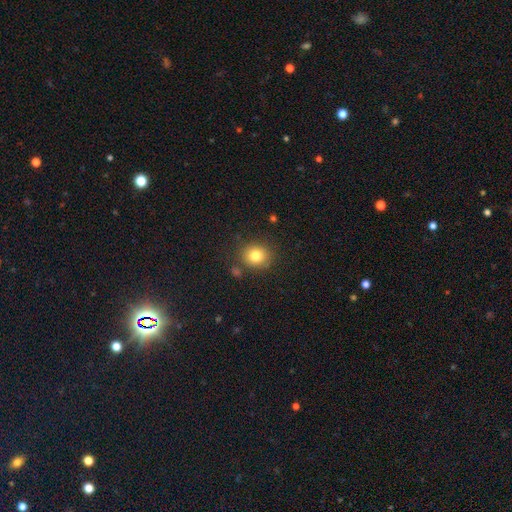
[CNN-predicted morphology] Smooth or featured? smooth (80%)
How rounded? round (81%)
Merging? none (83%)